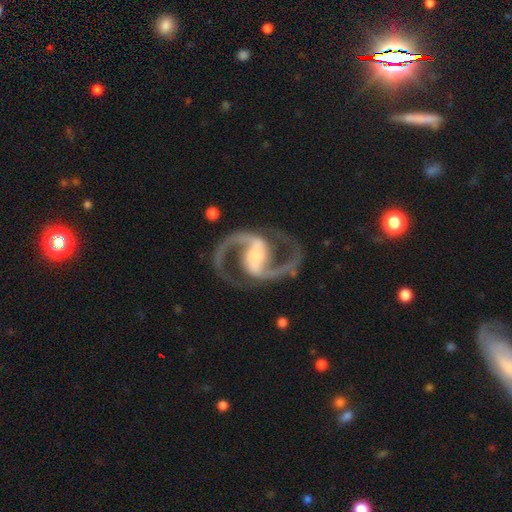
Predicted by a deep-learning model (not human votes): Smooth or featured?
  - featured or disk: 94% *
  - star or artifact: 4%
  - smooth: 3%
Edge-on disk?
  - no: 98% *
  - yes: 2%
Bar?
  - strong: 61% *
  - weak: 28%
  - no: 10%
Spiral arms?
  - yes: 98% *
  - no: 2%
Spiral winding?
  - medium: 66% *
  - loose: 21%
  - tight: 13%
Spiral arm count?
  - 2: 95% *
  - can't tell: 1%
  - 1: 1%
  - 3: 1%
  - 4: 1%
  - more than 4: 1%
Bulge size?
  - moderate: 44% *
  - small: 30%
  - large: 17%
  - none: 7%
  - dominant: 2%
Merging?
  - none: 82% *
  - minor disturbance: 10%
  - major disturbance: 6%
  - merger: 2%